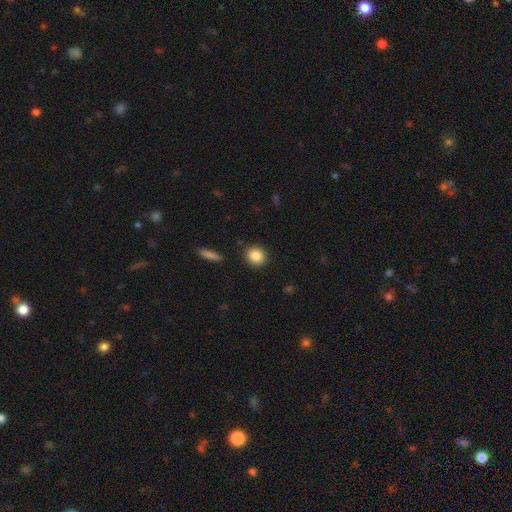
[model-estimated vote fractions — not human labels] Smooth or featured: smooth — 86% (star or artifact — 9%)
How rounded: round — 79% (in between — 19%)
Merging: none — 90% (minor disturbance — 6%)